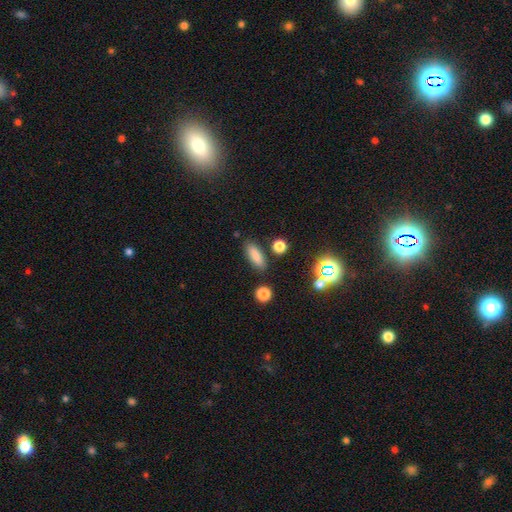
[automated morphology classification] Overall: smooth (82%). How rounded: in between (63%; cigar-shaped 32%). Merging: none (85%).